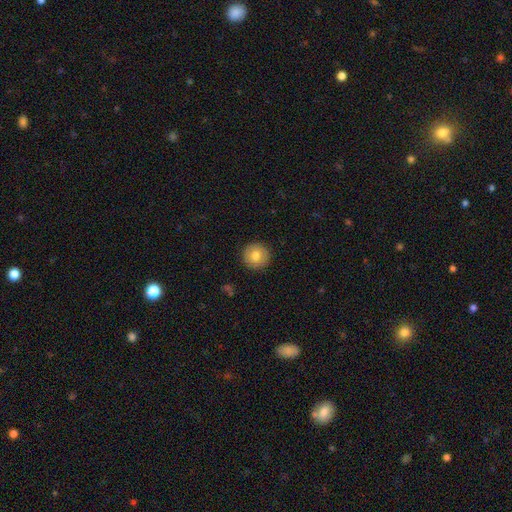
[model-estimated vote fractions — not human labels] This appears to be a smooth galaxy with no disk features (79%) that is round (96%). Merging: none (92%).